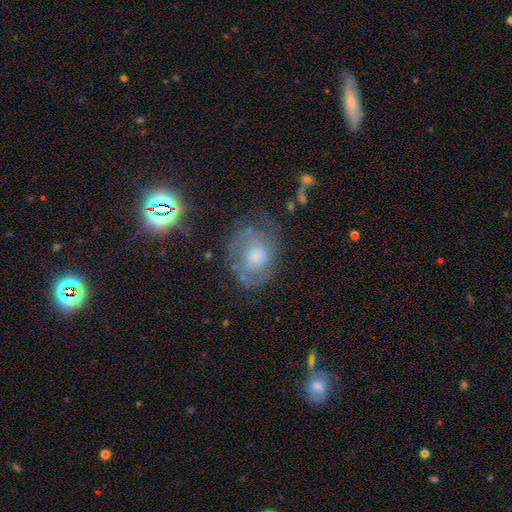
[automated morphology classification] A featured or disk galaxy (50%). Merging: none (51%).